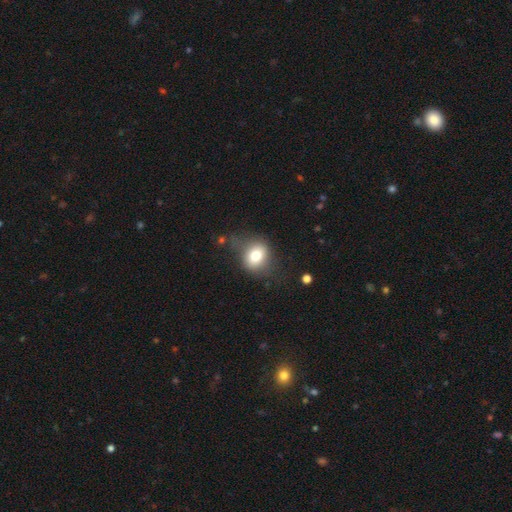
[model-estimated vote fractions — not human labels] Smooth or featured? Predicted: smooth (p=0.75). How rounded? Predicted: round (p=0.57). Merging? Predicted: none (p=0.56).